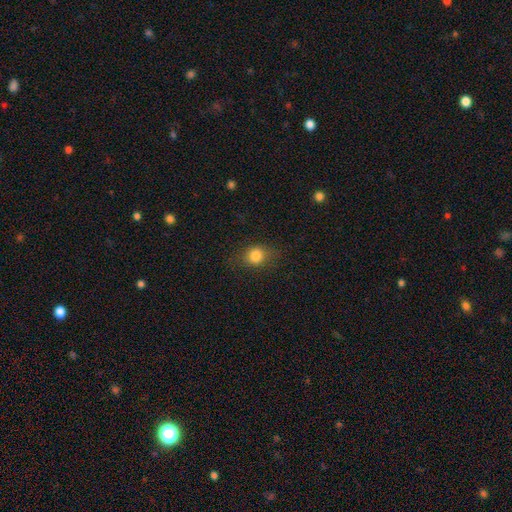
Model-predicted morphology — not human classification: The model was most divided on "how rounded": round: 66%, in between: 32%, cigar-shaped: 1%. More confident: smooth or featured — smooth (81%); merging — none (78%).